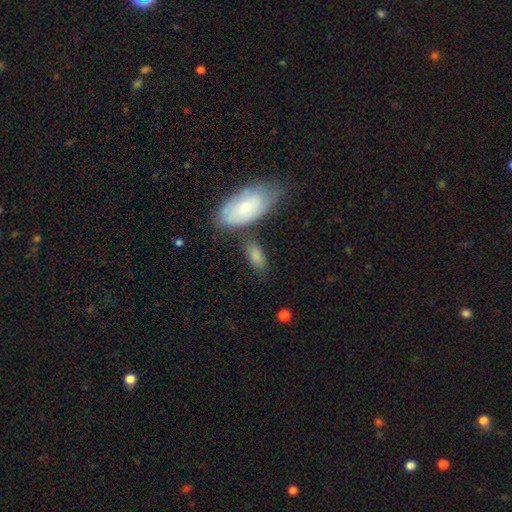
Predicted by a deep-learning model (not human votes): Morphology: type=smooth (80%); roundness=in between (85%); merging=none (60%).